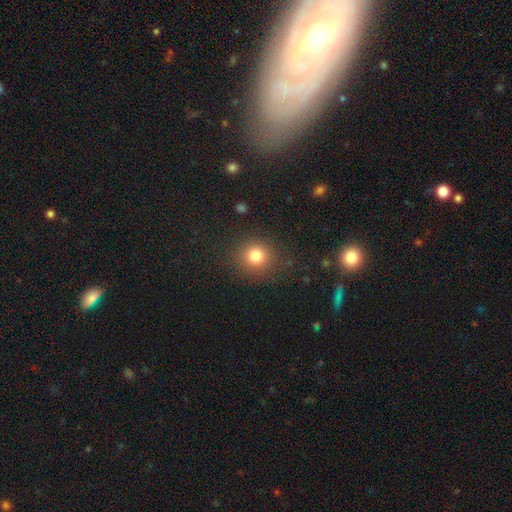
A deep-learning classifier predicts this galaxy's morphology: Q: Smooth or featured?
A: smooth (80%); runner-up: star or artifact (14%)
Q: How rounded?
A: round (89%); runner-up: in between (10%)
Q: Merging?
A: none (87%); runner-up: minor disturbance (8%)